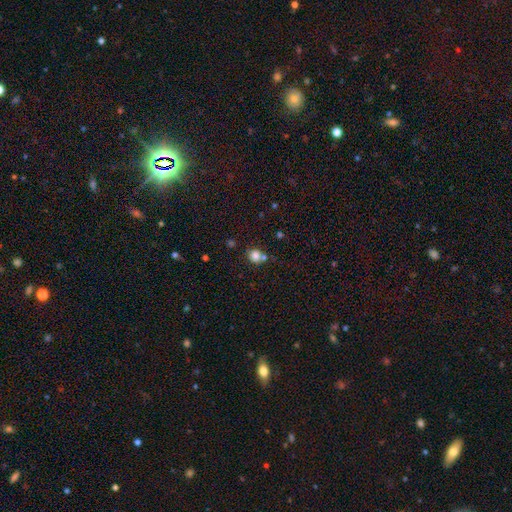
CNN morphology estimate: Q: Smooth or featured?
A: smooth (81%); runner-up: star or artifact (12%)
Q: How rounded?
A: round (83%); runner-up: in between (16%)
Q: Merging?
A: none (60%); runner-up: merger (25%)